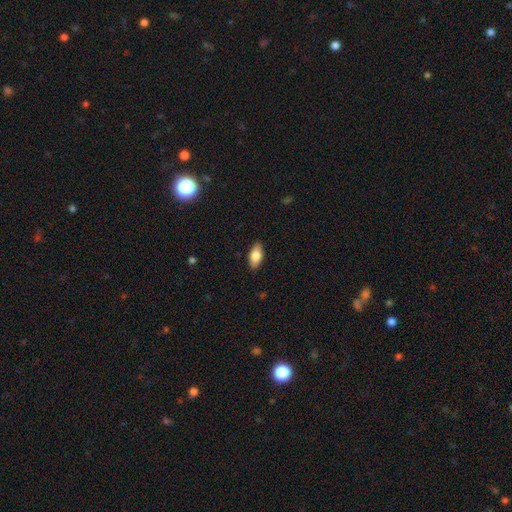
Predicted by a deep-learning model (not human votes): Q: Smooth or featured?
A: smooth (79%); runner-up: featured or disk (15%)
Q: How rounded?
A: in between (87%); runner-up: cigar-shaped (10%)
Q: Merging?
A: none (88%); runner-up: minor disturbance (9%)